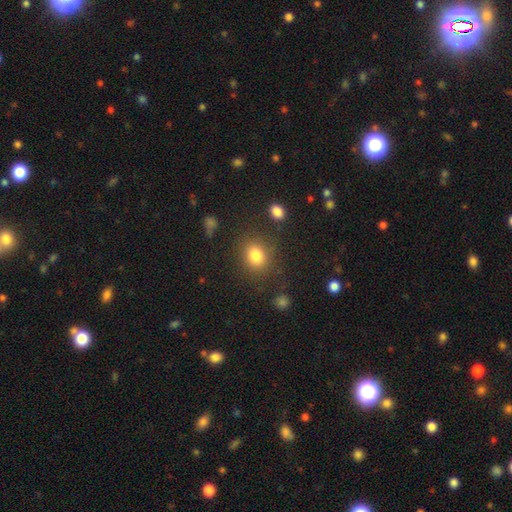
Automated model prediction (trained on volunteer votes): Overall: smooth (82%). How rounded: round (59%; in between 40%). Merging: none (79%).